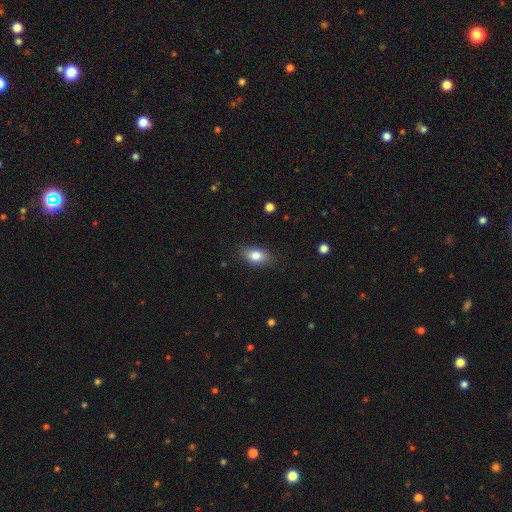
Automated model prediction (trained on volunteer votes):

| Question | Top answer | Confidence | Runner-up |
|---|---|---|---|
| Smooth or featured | smooth | 82% | featured or disk (10%) |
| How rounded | in between | 86% | round (10%) |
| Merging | none | 85% | minor disturbance (12%) |